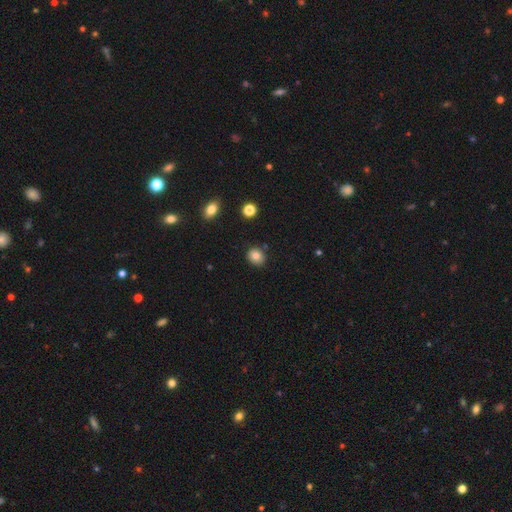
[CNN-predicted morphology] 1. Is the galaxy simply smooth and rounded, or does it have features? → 81% smooth, 10% star or artifact, 9% featured or disk.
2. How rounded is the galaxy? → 70% round, 29% in between, 1% cigar-shaped.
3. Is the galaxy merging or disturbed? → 86% none, 9% minor disturbance, 2% merger, 2% major disturbance.